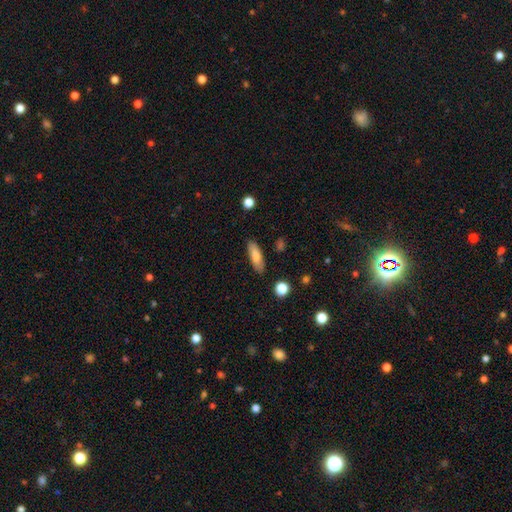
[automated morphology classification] Smooth or featured? smooth (82%)
How rounded? cigar-shaped (49%, tied with in between)
Merging? none (86%)